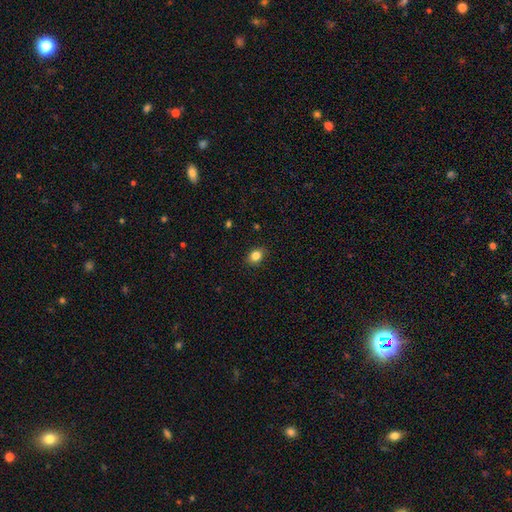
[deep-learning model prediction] This is clearly a smooth galaxy (84%). How rounded: possibly in between (55%). Merging: clearly none (89%).